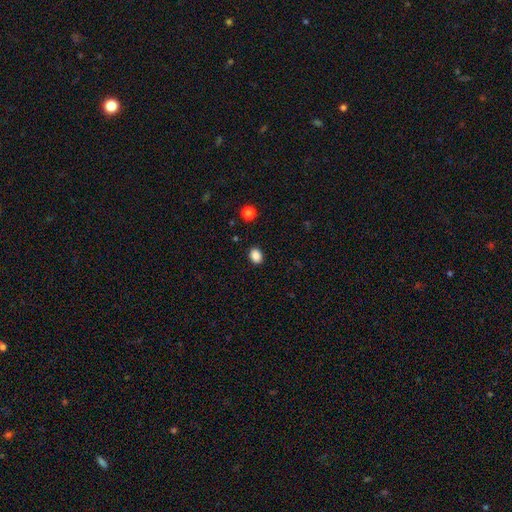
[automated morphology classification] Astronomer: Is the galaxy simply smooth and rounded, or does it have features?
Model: smooth — 87%.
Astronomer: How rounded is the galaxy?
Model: in between — 62% (runner-up: round, 37%).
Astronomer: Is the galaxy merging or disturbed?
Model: none — 90%.